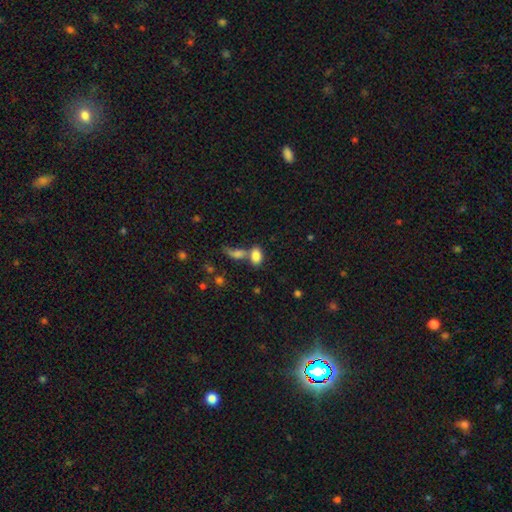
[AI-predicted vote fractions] Overall: smooth (82%). How rounded: in between (90%). Merging: merger (45%; none 40%).